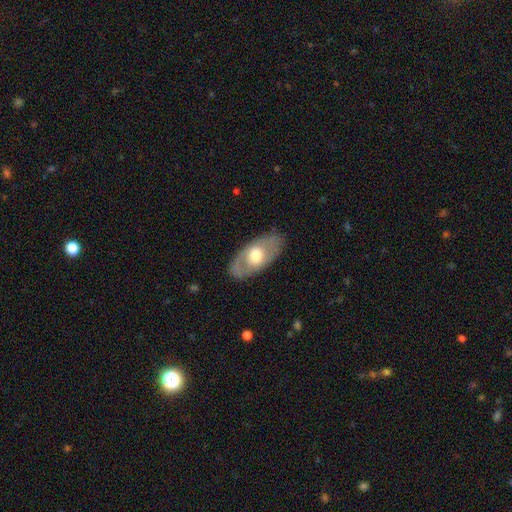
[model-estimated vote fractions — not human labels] Morphology: type=featured or disk (50%); edge-on=no (84%); merging=none (83%).